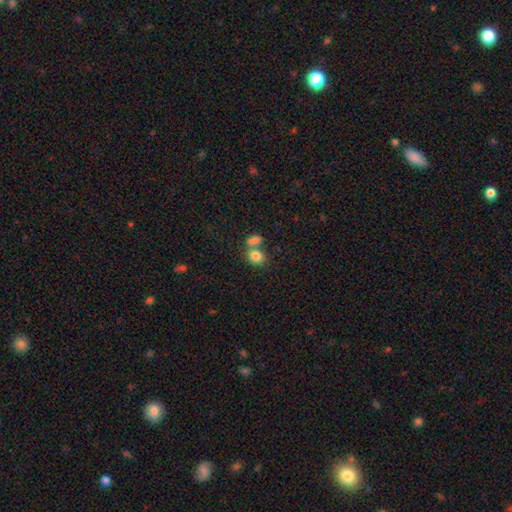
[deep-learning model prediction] smooth-or-featured: smooth: 83% | star or artifact: 10% | featured or disk: 7%
  how-rounded: in between: 56% | round: 43% | cigar-shaped: 1%
  merging: none: 46% | merger: 40% | minor disturbance: 10% | major disturbance: 4%